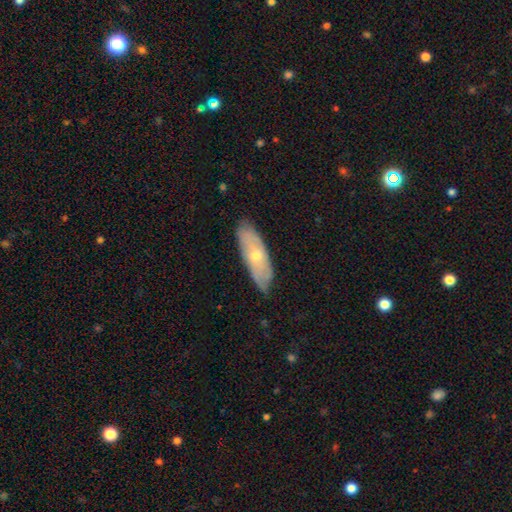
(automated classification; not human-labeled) Smooth or featured? featured or disk (47%, tied with smooth)
Merging? none (77%)